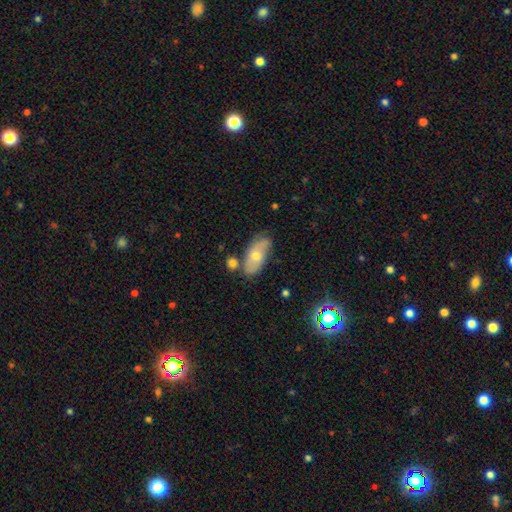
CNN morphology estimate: This is possibly a smooth galaxy (52%). How rounded: clearly in between (87%). Merging: likely none (65%).